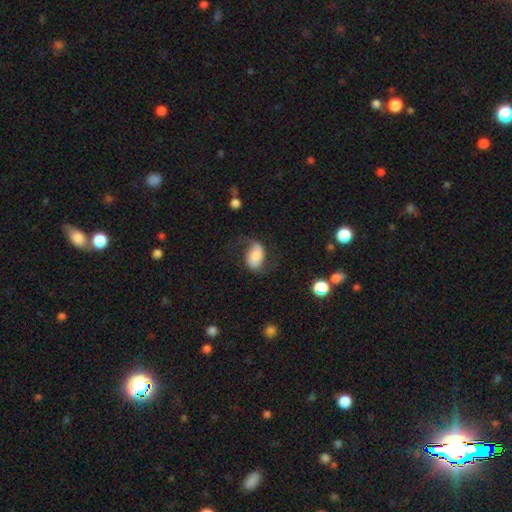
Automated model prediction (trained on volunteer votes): This appears to be a smooth galaxy with no disk features (48%). Merging: none (54%).